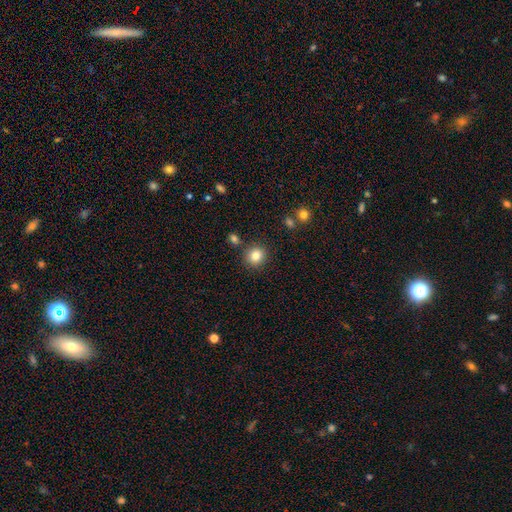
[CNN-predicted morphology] Overall: smooth (83%). How rounded: round (88%). Merging: none (85%).